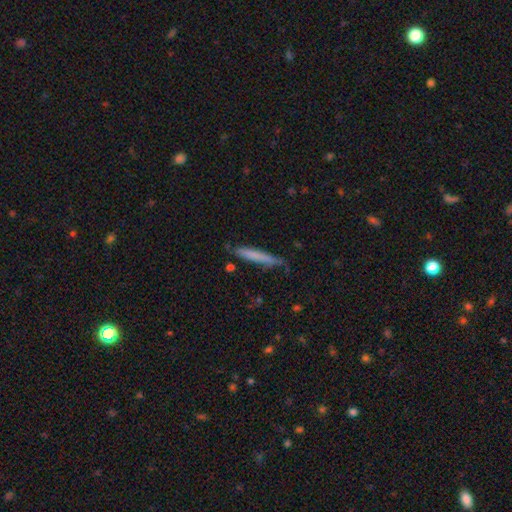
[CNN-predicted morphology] Overall: smooth (70%). How rounded: cigar-shaped (95%). Merging: none (77%).